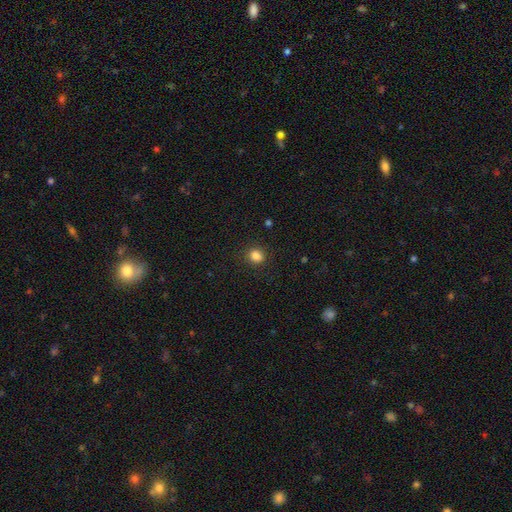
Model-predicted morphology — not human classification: Overall: smooth (84%). How rounded: round (72%). Merging: none (87%).